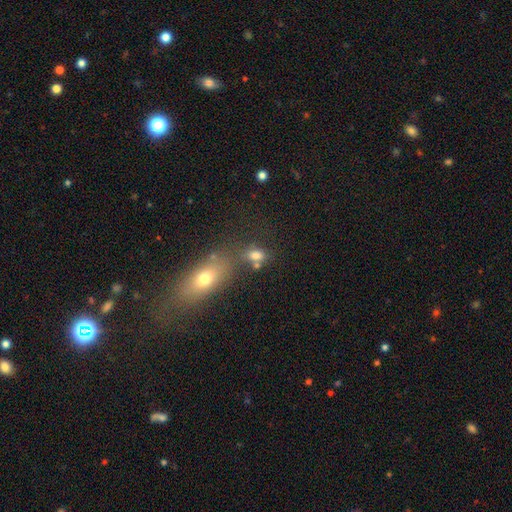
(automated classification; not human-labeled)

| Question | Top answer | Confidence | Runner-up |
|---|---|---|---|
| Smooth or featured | smooth | 75% | star or artifact (14%) |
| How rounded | in between | 77% | round (19%) |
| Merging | none | 51% | merger (26%) |